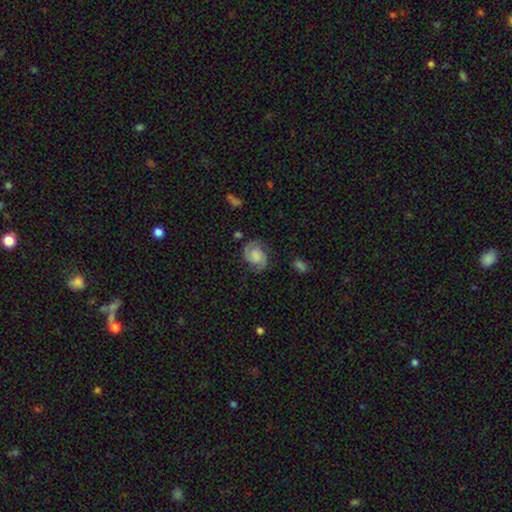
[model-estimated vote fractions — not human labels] smooth-or-featured: featured or disk: 65% | smooth: 27% | star or artifact: 8%
  disk-edge-on: no: 98% | yes: 2%
    bar: no: 68% | weak: 27% | strong: 5%
    has-spiral-arms: yes: 93% | no: 7%
      spiral-winding: medium: 46% | tight: 36% | loose: 18%
      spiral-arm-count: 2: 88% | can't tell: 6% | 1: 2% | 3: 2% | 4: 1% | more than 4: 1%
    bulge-size: none: 33% | large: 23% | moderate: 21% | small: 19% | dominant: 5%
  merging: none: 72% | minor disturbance: 18% | major disturbance: 8% | merger: 2%